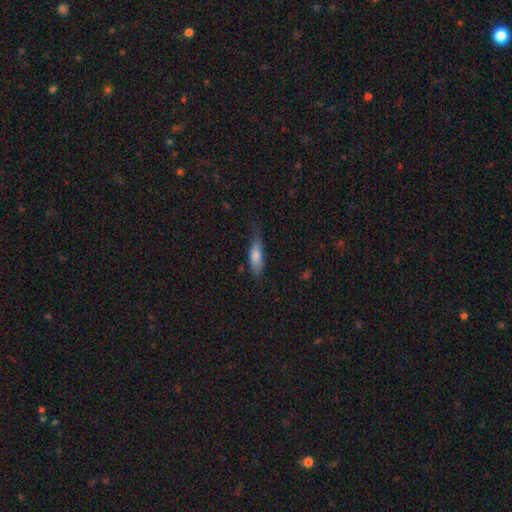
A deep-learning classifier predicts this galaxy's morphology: type=smooth (73%); roundness=in between (52%); merging=none (49%).